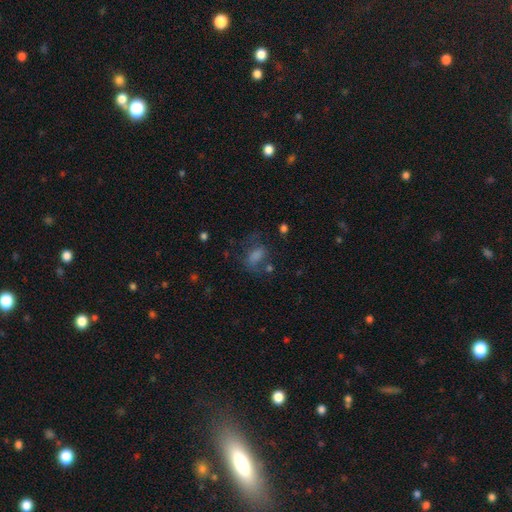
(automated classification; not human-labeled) smooth_or_featured: smooth (p=0.62) [alt: featured or disk p=0.22]
how_rounded: in between (p=0.77) [alt: round p=0.19]
merging: none (p=0.45) [alt: major disturbance p=0.26]